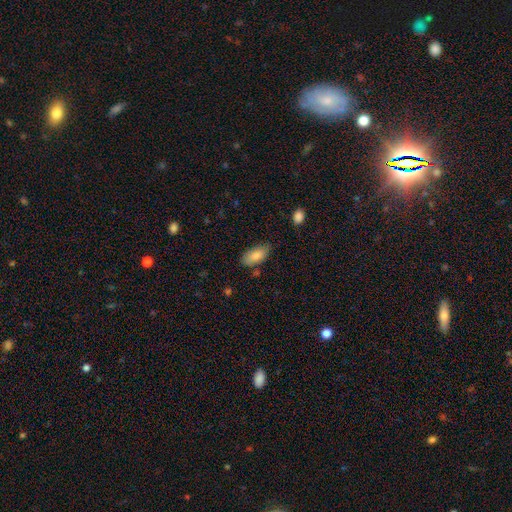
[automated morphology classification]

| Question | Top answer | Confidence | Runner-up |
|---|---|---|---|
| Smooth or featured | smooth | 83% | featured or disk (10%) |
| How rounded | in between | 91% | cigar-shaped (7%) |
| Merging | none | 71% | minor disturbance (22%) |